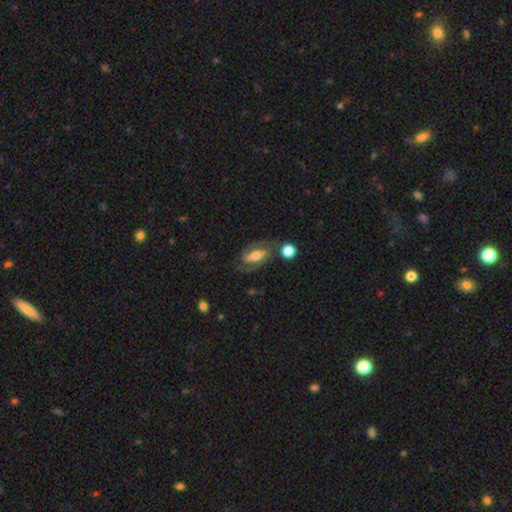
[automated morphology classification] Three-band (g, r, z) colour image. It shows a featured or disk galaxy (75%) with a strong bar (37%), 2 (88%) medium (49%) spiral arms (87%) and a moderate central bulge (61%). Merging: none (68%).